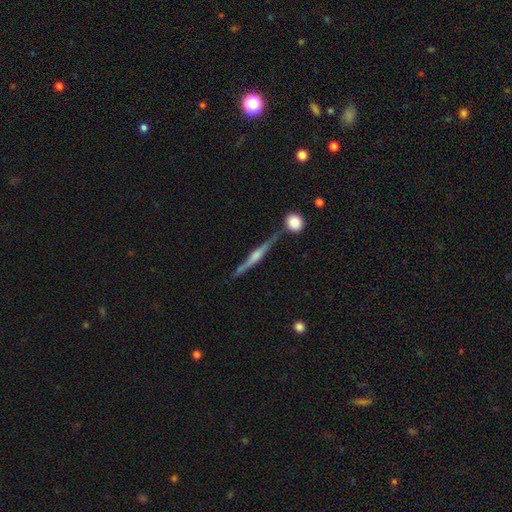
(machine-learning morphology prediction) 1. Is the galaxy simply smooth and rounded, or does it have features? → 82% featured or disk, 12% smooth, 7% star or artifact.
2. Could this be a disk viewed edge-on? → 98% yes, 2% no.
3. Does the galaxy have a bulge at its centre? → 74% rounded, 15% boxy, 10% none.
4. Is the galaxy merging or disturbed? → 84% none, 9% minor disturbance, 4% merger, 2% major disturbance.